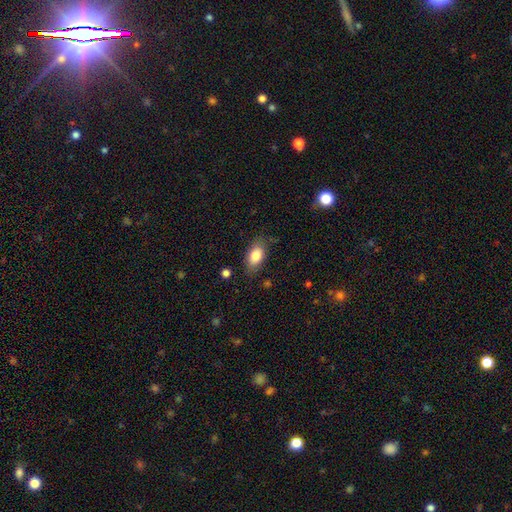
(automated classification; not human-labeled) The model was most divided on "merging": none: 78%, minor disturbance: 16%, major disturbance: 4%, merger: 2%. More confident: how rounded — in between (90%); smooth or featured — smooth (82%).